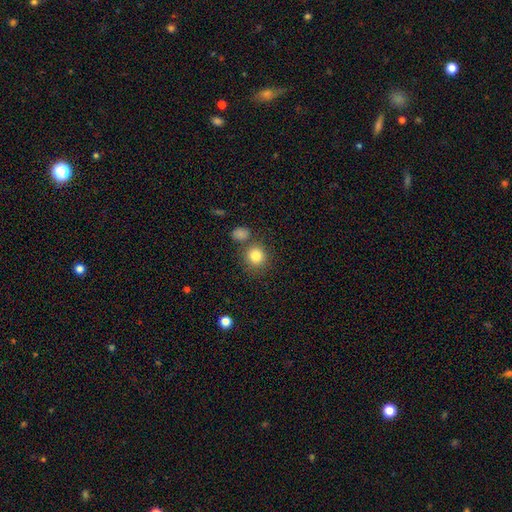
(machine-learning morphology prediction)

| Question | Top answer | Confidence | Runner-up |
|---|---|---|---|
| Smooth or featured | smooth | 83% | star or artifact (10%) |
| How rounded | round | 89% | in between (10%) |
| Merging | none | 76% | merger (11%) |